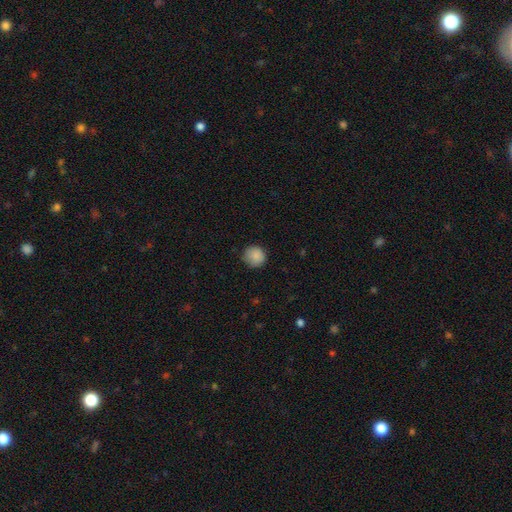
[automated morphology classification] The model was most divided on "merging": none: 83%, minor disturbance: 13%, major disturbance: 3%, merger: 1%. More confident: how rounded — round (93%); smooth or featured — smooth (87%).